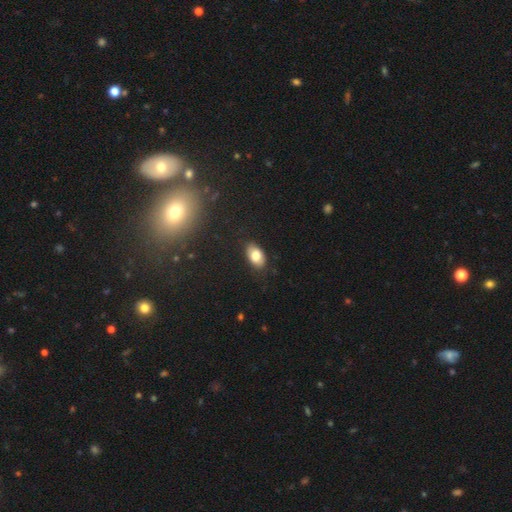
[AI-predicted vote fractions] The model was most divided on "smooth or featured": smooth: 79%, featured or disk: 13%, star or artifact: 8%. More confident: how rounded — in between (92%); merging — none (84%).